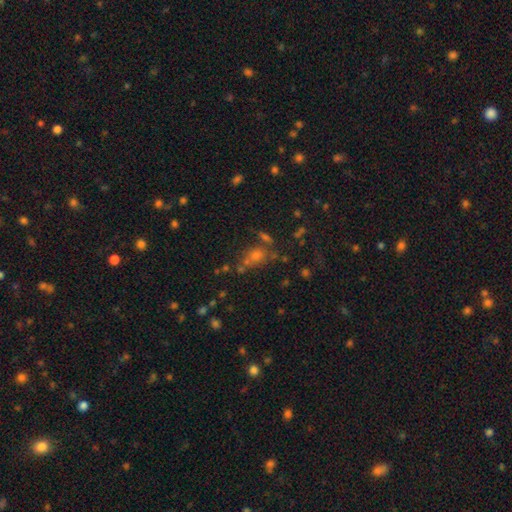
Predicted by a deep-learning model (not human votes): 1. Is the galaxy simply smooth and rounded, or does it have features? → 47% smooth, 38% star or artifact, 15% featured or disk.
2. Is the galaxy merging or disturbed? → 56% none, 20% merger, 15% minor disturbance, 9% major disturbance.